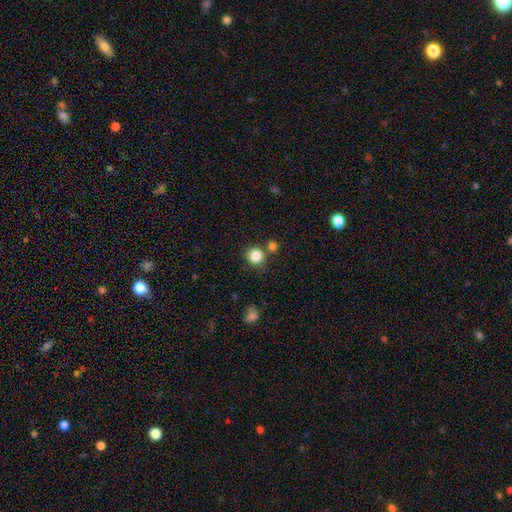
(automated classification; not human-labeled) This is clearly a smooth galaxy (84%). How rounded: clearly round (92%). Merging: likely none (76%).